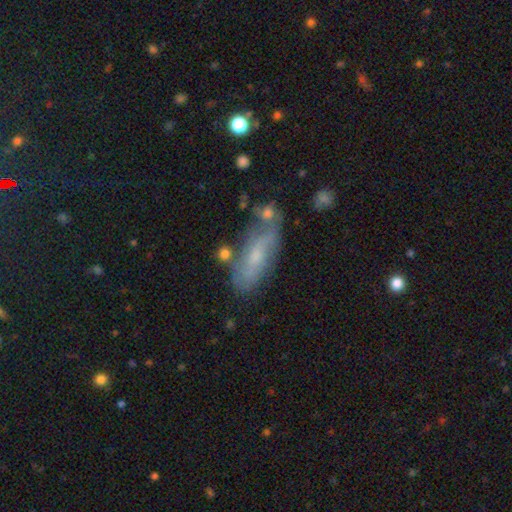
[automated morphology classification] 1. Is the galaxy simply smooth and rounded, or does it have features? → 47% featured or disk, 44% smooth, 9% star or artifact.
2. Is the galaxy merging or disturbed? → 64% none, 21% minor disturbance, 8% merger, 7% major disturbance.